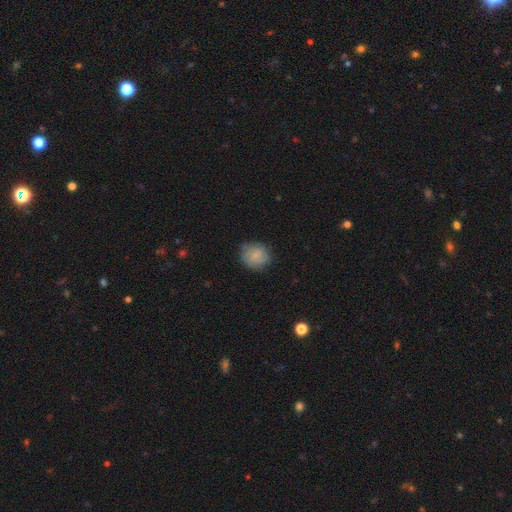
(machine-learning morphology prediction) A smooth galaxy with no disk features (68%) that is round (79%). Merging: none (78%).